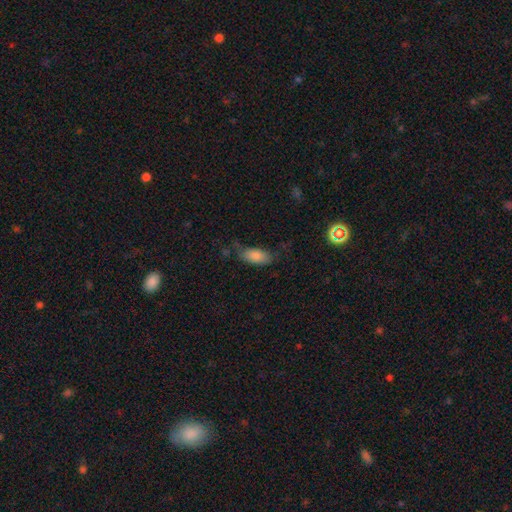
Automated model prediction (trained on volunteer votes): This is clearly a smooth galaxy (83%). How rounded: clearly in between (87%). Merging: possibly none (58%).